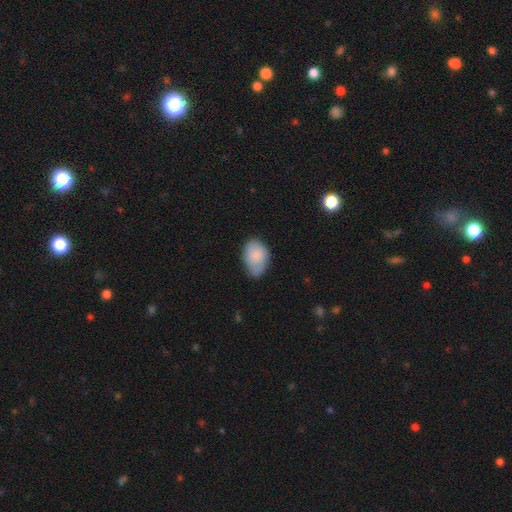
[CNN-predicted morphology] Smooth or featured? smooth (80%)
How rounded? in between (86%)
Merging? none (55%)